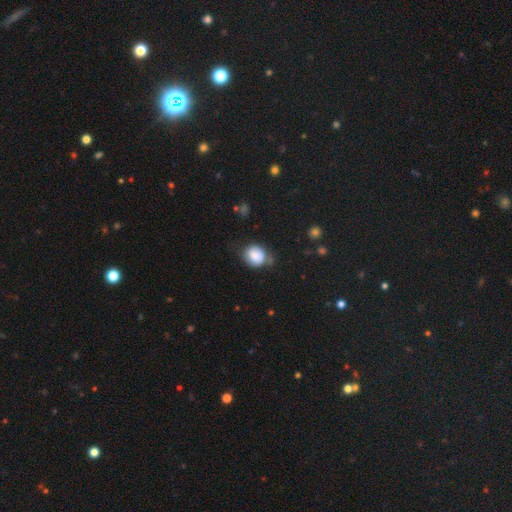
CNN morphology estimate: Smooth or featured: smooth — 80% (featured or disk — 12%)
How rounded: round — 71% (in between — 28%)
Merging: none — 56% (minor disturbance — 29%)